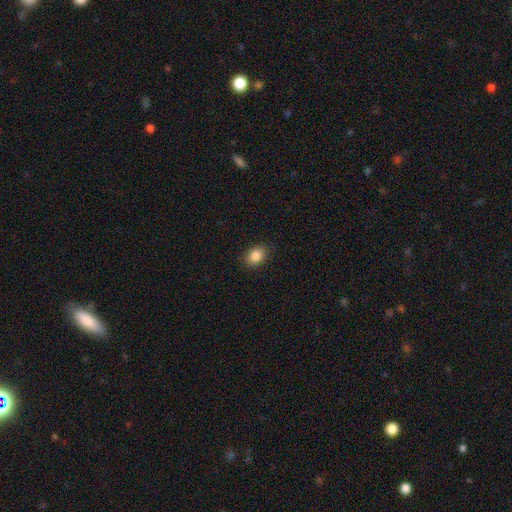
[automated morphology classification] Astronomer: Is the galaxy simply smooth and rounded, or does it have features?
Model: smooth — 87%.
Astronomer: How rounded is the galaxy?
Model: in between — 68%.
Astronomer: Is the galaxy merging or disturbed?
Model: none — 87%.